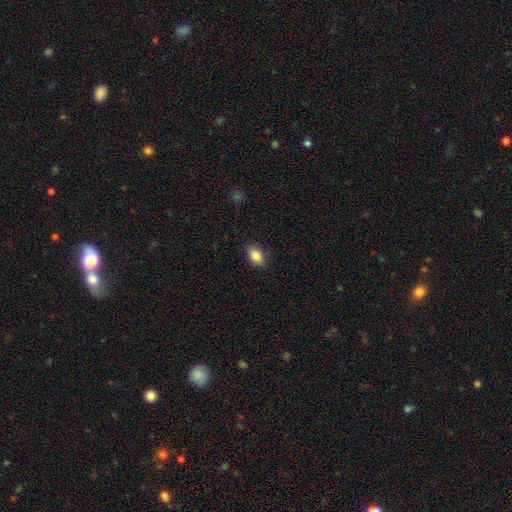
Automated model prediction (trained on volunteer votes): smooth_or_featured: smooth (p=0.87) [alt: star or artifact p=0.08]
how_rounded: in between (p=0.84) [alt: round p=0.15]
merging: none (p=0.85) [alt: minor disturbance p=0.11]